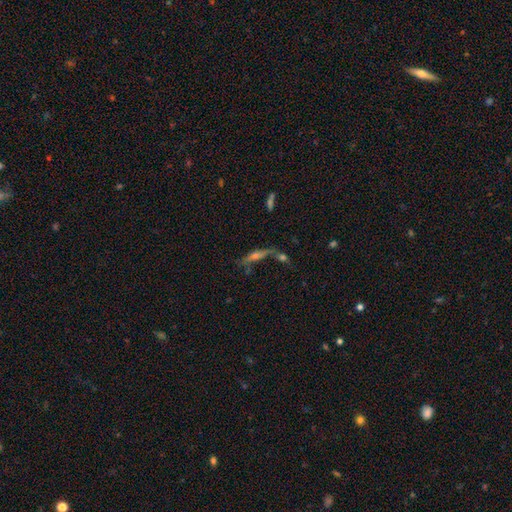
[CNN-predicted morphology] Smooth or featured? featured or disk (54%)
Edge-on disk? yes (81%)
Merging? none (51%)